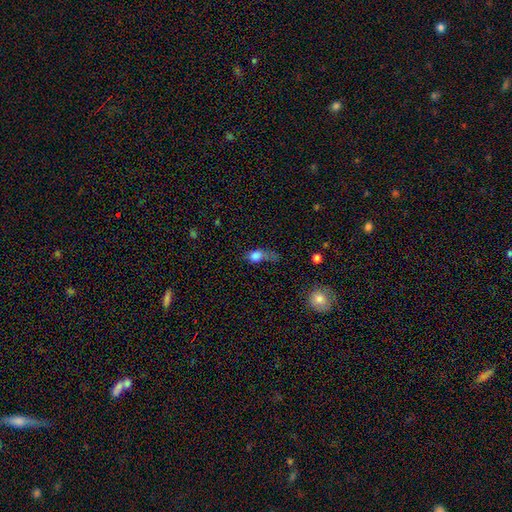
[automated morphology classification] A smooth galaxy with no disk features (75%) that is in between round and cigar-shaped (57%).

Vote fractions:
- Smooth or featured? smooth: 75% / featured or disk: 14% / star or artifact: 12%
- How rounded? in between: 57% / round: 33% / cigar-shaped: 10%
- Merging? major disturbance: 46% / minor disturbance: 24% / none: 21% / merger: 9%